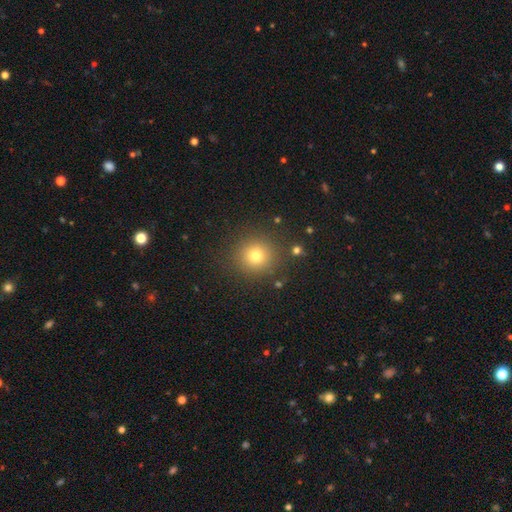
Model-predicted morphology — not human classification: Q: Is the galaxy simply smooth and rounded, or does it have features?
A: smooth — 77%.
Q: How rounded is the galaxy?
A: round — 92%.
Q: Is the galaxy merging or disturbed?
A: none — 88%.